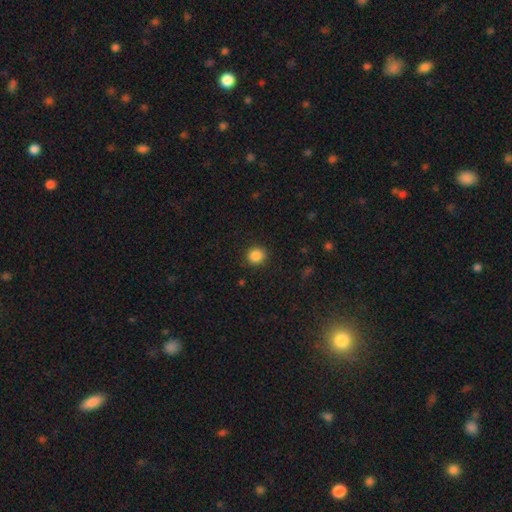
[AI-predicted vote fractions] Morphology: type=smooth (87%); roundness=round (89%); merging=none (90%).